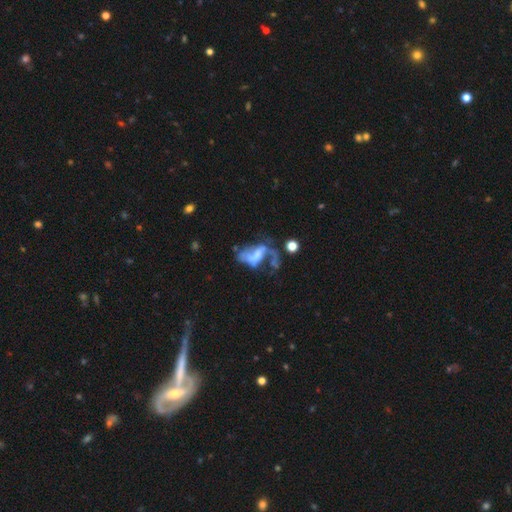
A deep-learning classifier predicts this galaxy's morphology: featured or disk 68%, smooth 21%, star or artifact 11%. Down the decision tree: edge-on disk — no (96%); bar — no (45%); spiral arms — yes (62%); bulge size — none (47%); merging — major disturbance (46%).